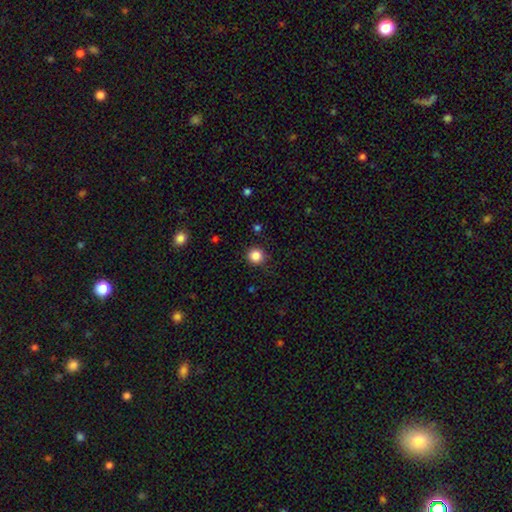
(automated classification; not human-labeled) Q: Smooth or featured?
A: smooth (86%); runner-up: star or artifact (11%)
Q: How rounded?
A: round (94%); runner-up: in between (5%)
Q: Merging?
A: none (89%); runner-up: minor disturbance (7%)